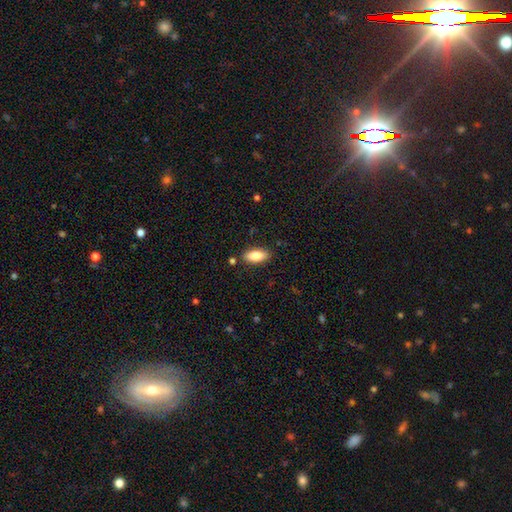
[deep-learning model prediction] The model was most divided on "smooth or featured": smooth: 83%, featured or disk: 10%, star or artifact: 7%. More confident: merging — none (86%); how rounded — in between (86%).